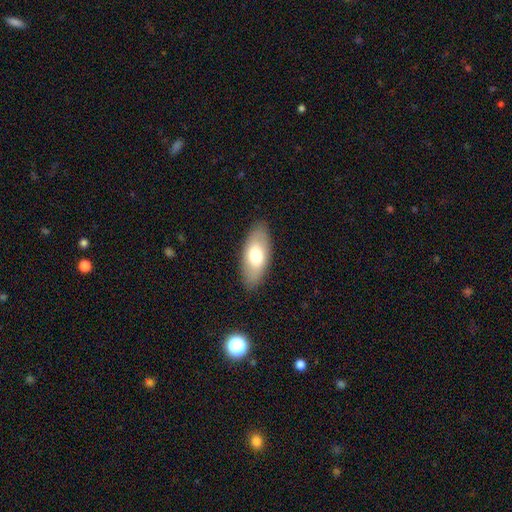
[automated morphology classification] type=smooth (72%); roundness=in between (89%); merging=none (86%).